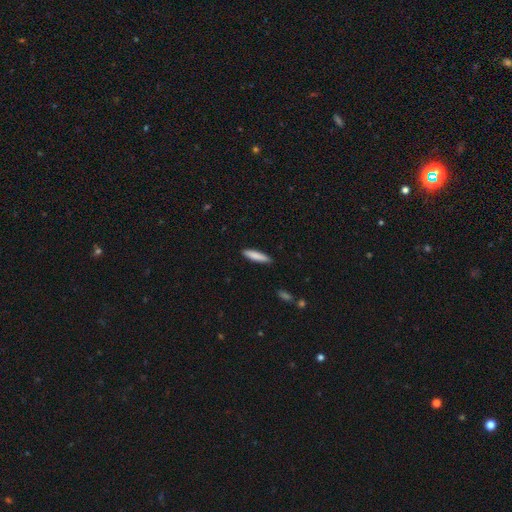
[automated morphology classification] Smooth or featured? Predicted: smooth (p=0.85). How rounded? Predicted: cigar-shaped (p=0.83). Merging? Predicted: none (p=0.89).